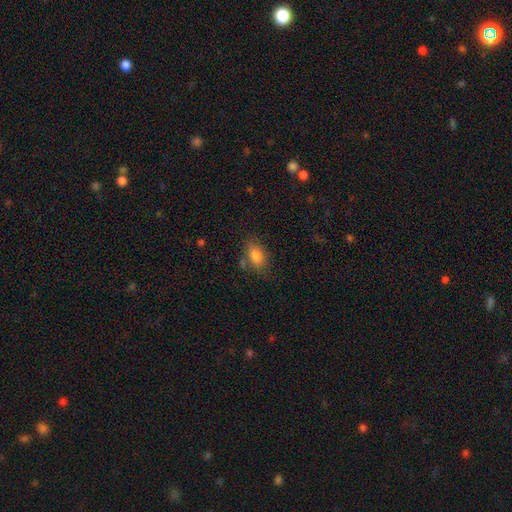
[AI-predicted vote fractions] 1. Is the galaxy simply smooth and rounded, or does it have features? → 81% smooth, 9% featured or disk, 9% star or artifact.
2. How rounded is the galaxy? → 85% in between, 12% round, 3% cigar-shaped.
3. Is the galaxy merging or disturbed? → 64% none, 21% minor disturbance, 8% merger, 7% major disturbance.